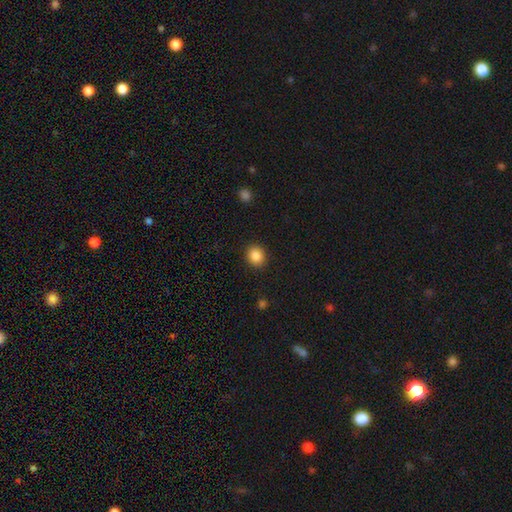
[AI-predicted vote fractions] This is clearly a smooth galaxy (87%). How rounded: likely round (73%). Merging: clearly none (90%).